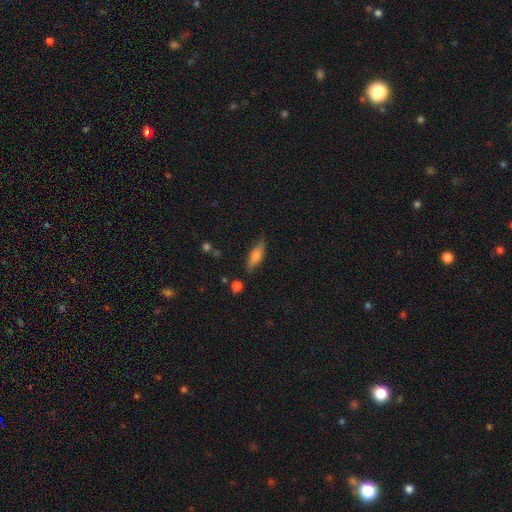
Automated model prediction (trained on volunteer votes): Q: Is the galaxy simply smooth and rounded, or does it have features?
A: smooth — 70%.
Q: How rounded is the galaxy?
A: in between — 52%.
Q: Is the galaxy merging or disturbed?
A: none — 79%.